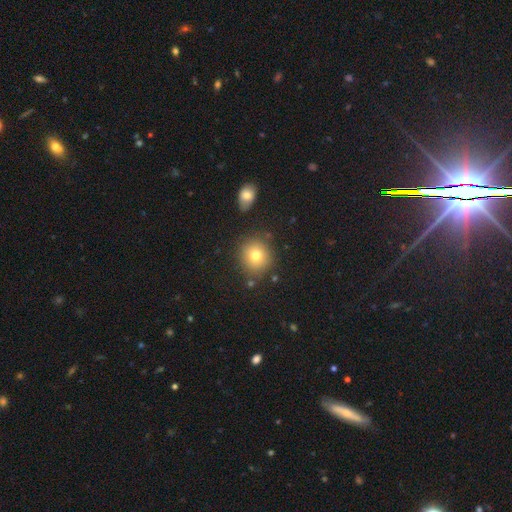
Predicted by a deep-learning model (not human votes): Q: Smooth or featured?
A: smooth (76%); runner-up: star or artifact (12%)
Q: How rounded?
A: round (87%); runner-up: in between (12%)
Q: Merging?
A: none (82%); runner-up: minor disturbance (10%)